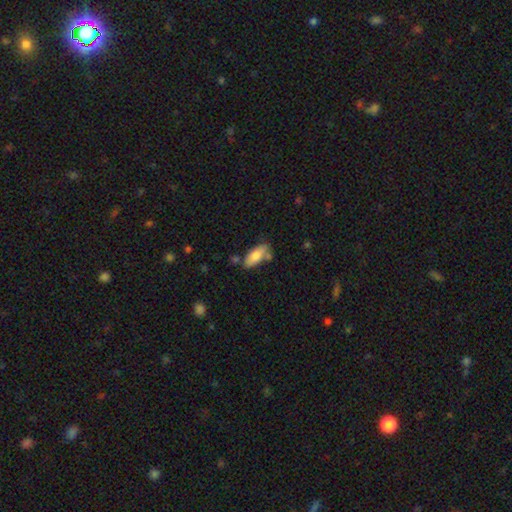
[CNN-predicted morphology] This is likely a smooth galaxy (77%). How rounded: clearly in between (80%). Merging: likely none (63%).